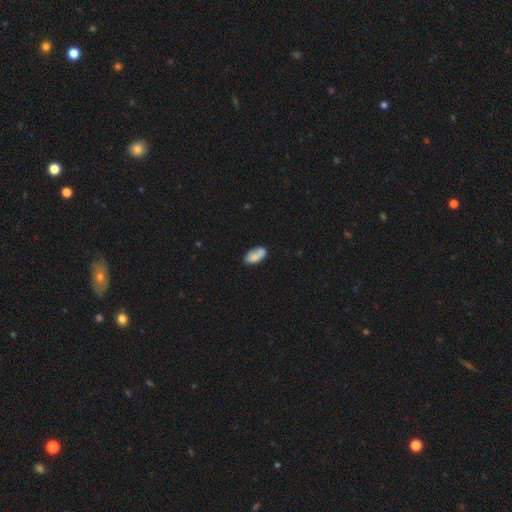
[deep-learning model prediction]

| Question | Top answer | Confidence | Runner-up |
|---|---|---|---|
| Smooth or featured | smooth | 78% | featured or disk (15%) |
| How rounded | in between | 92% | cigar-shaped (5%) |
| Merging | none | 61% | minor disturbance (23%) |